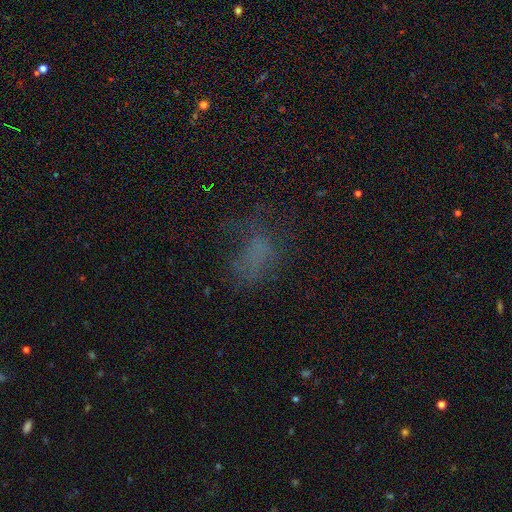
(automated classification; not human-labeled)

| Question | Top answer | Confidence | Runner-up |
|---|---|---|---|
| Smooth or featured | smooth | 50% | star or artifact (30%) |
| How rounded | in between | 77% | round (19%) |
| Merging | none | 50% | major disturbance (27%) |